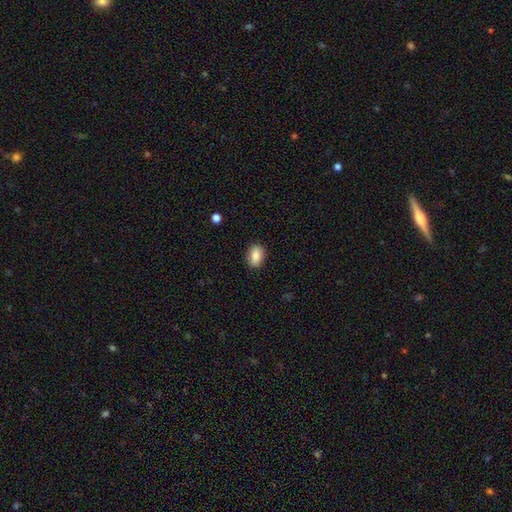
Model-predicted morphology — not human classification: Overall: smooth (85%). How rounded: in between (81%). Merging: none (88%).